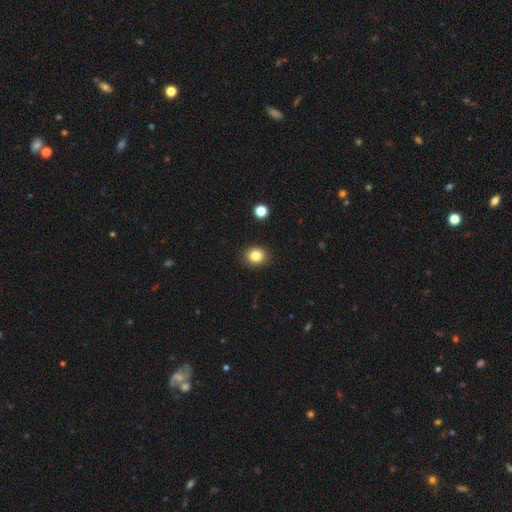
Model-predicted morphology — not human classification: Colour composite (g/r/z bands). It shows a smooth galaxy with no disk features (84%) that is round (74%). Merging: none (91%).